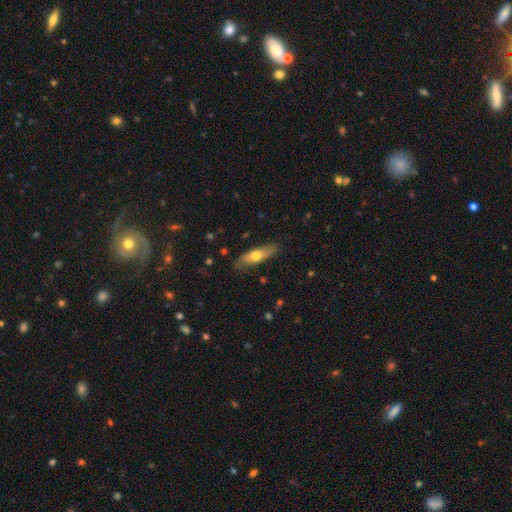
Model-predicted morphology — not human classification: Overall: smooth (58%; featured or disk 36%). How rounded: cigar-shaped (54%; in between 43%). Merging: none (82%).